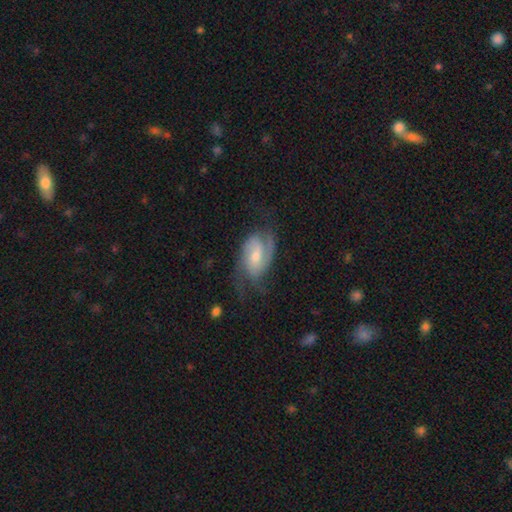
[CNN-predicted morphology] Q: Smooth or featured?
A: featured or disk (83%); runner-up: smooth (12%)
Q: Edge-on disk?
A: no (97%); runner-up: yes (3%)
Q: Bar?
A: weak (47%); runner-up: no (39%)
Q: Spiral arms?
A: yes (96%); runner-up: no (4%)
Q: Spiral winding?
A: medium (48%); runner-up: tight (33%)
Q: Spiral arm count?
A: 2 (70%); runner-up: 3 (11%)
Q: Bulge size?
A: moderate (52%); runner-up: small (38%)
Q: Merging?
A: none (63%); runner-up: minor disturbance (21%)